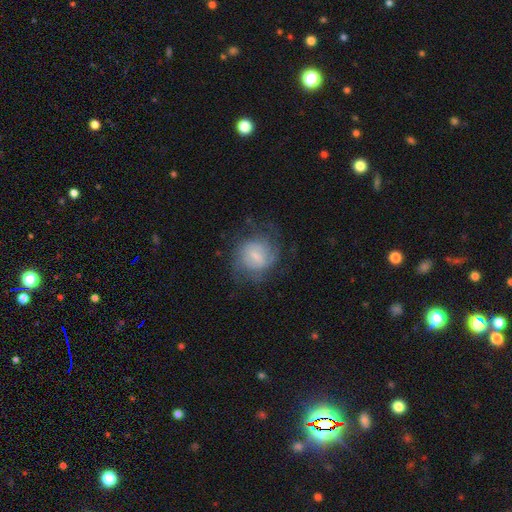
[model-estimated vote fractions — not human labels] Overall: featured or disk (68%). Edge-on disk: no (97%). Bar: weak (60%; no 21%). Spiral arms: yes (87%). Spiral arm count: can't tell (40%; 2 33%). Spiral winding: tight (48%; medium 38%). Bulge size: small (47%; moderate 32%). Merging: none (63%).